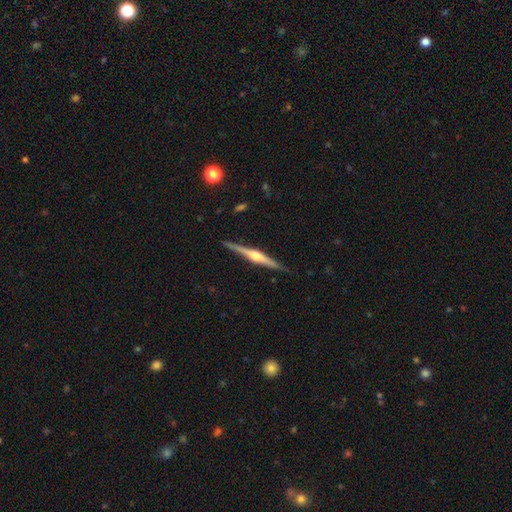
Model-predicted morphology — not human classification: smooth_or_featured: featured or disk (p=0.80) [alt: smooth p=0.15]
disk_edge_on: yes (p=0.98) [alt: no p=0.02]
edge_on_bulge: rounded (p=0.90) [alt: boxy p=0.06]
merging: none (p=0.89) [alt: minor disturbance p=0.08]